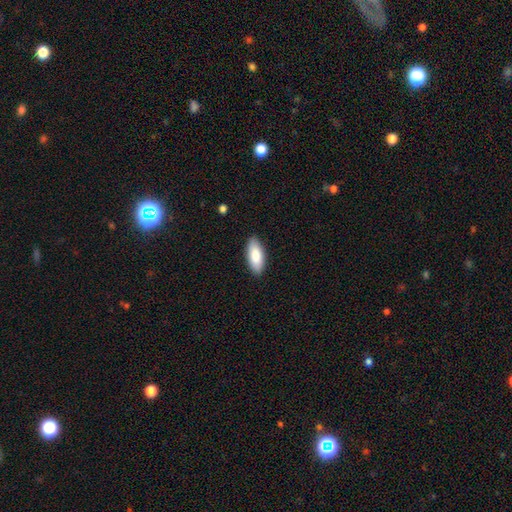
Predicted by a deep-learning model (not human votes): smooth 84%, featured or disk 10%, star or artifact 5%. Down the decision tree: how rounded — in between (82%); merging — none (89%).